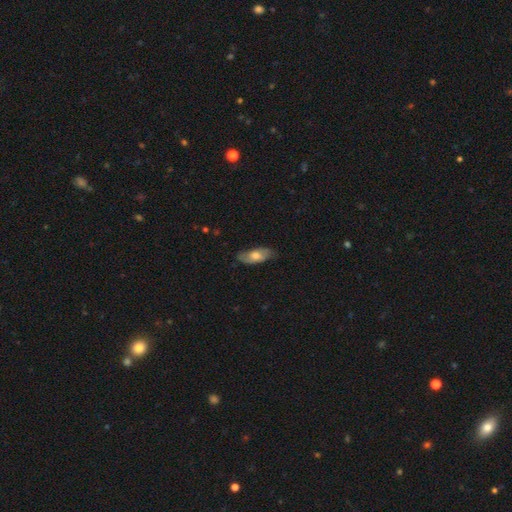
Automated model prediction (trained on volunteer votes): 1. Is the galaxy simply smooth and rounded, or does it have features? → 55% smooth, 39% featured or disk, 6% star or artifact.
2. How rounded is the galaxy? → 79% in between, 18% cigar-shaped, 3% round.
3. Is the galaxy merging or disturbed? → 76% none, 19% minor disturbance, 4% major disturbance, 1% merger.